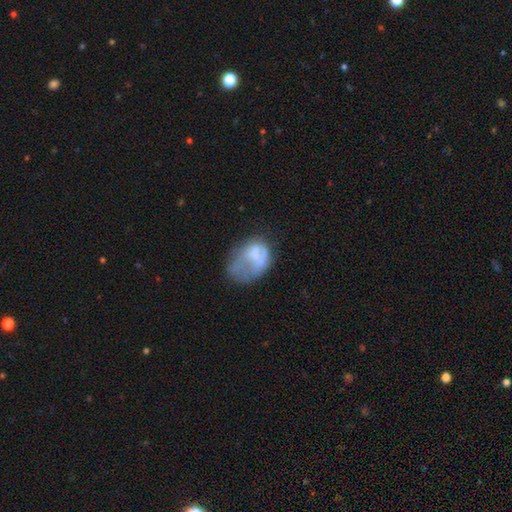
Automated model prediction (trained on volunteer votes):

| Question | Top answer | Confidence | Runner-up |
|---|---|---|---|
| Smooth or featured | smooth | 55% | featured or disk (35%) |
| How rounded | in between | 72% | round (27%) |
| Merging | major disturbance | 46% | minor disturbance (25%) |